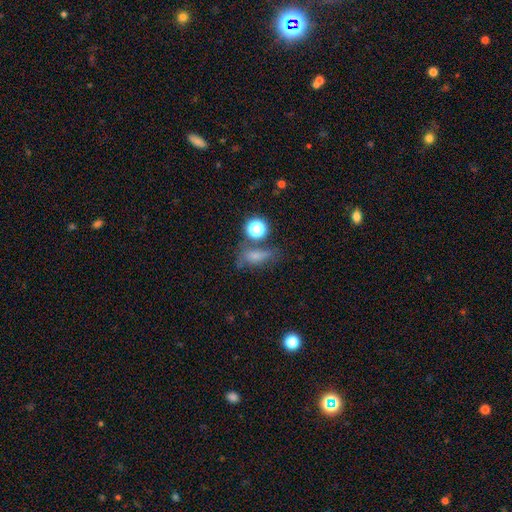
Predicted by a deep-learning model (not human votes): Smooth or featured? smooth (65%)
How rounded? in between (59%)
Merging? none (51%)